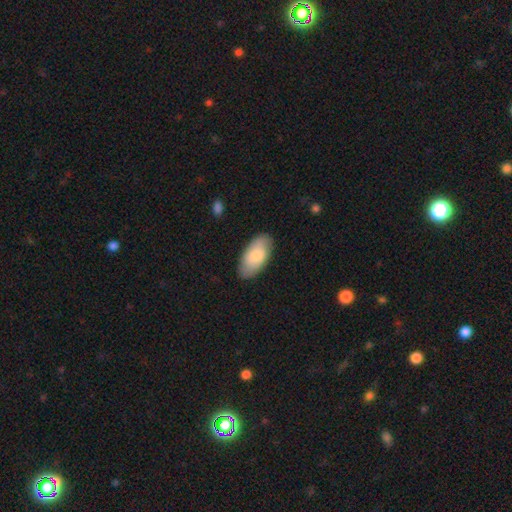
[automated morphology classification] Smooth or featured?
  - smooth: 75% *
  - featured or disk: 20%
  - star or artifact: 6%
How rounded?
  - in between: 94% *
  - cigar-shaped: 3%
  - round: 2%
Merging?
  - none: 84% *
  - minor disturbance: 12%
  - major disturbance: 3%
  - merger: 1%